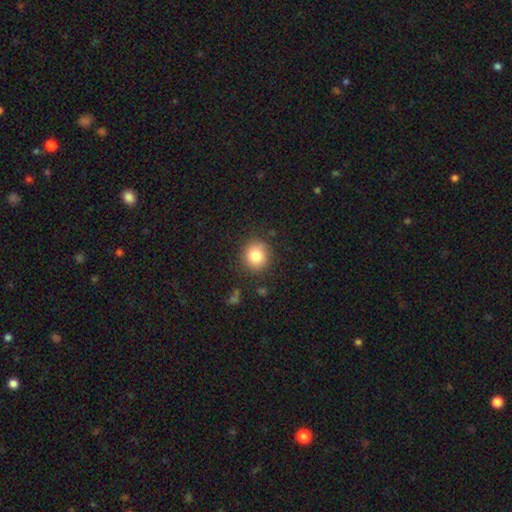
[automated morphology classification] A smooth galaxy with no disk features (82%) that is round (89%). Merging: none (86%).